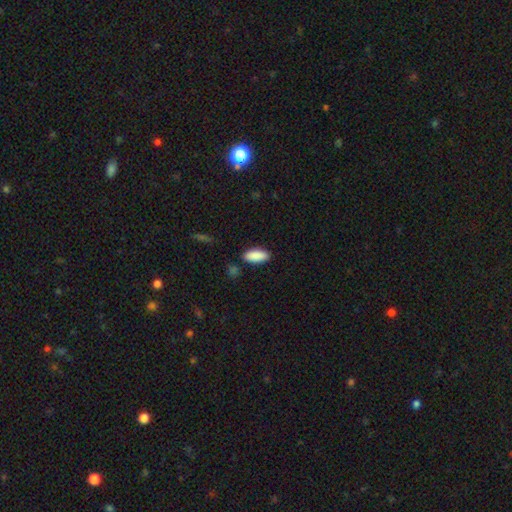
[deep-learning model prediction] The model was most divided on "how rounded": in between: 82%, cigar-shaped: 16%, round: 2%. More confident: smooth or featured — smooth (90%); merging — none (86%).